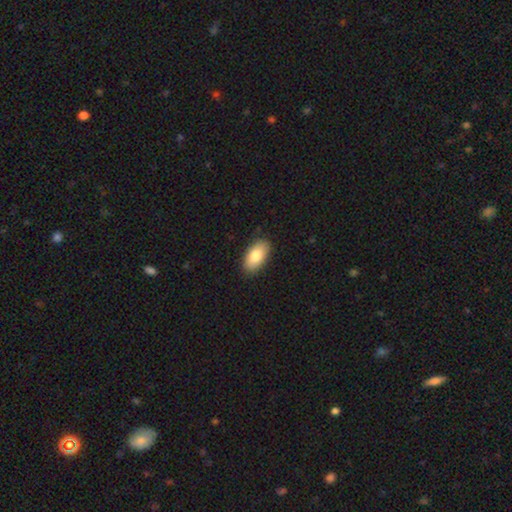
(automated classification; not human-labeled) Smooth or featured? smooth (85%)
How rounded? in between (94%)
Merging? none (88%)